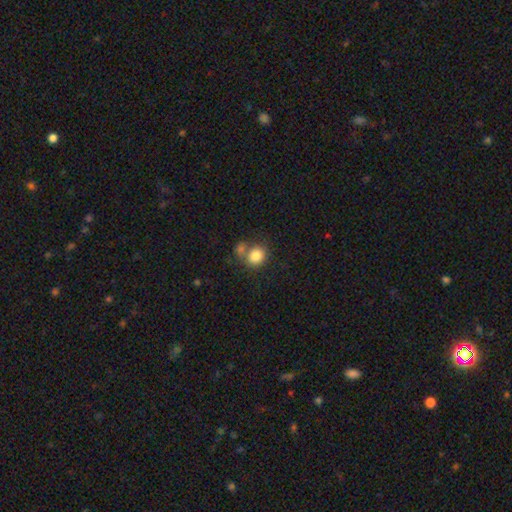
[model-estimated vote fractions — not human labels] Smooth or featured: smooth — 82% (star or artifact — 10%)
How rounded: round — 76% (in between — 23%)
Merging: none — 52% (merger — 29%)